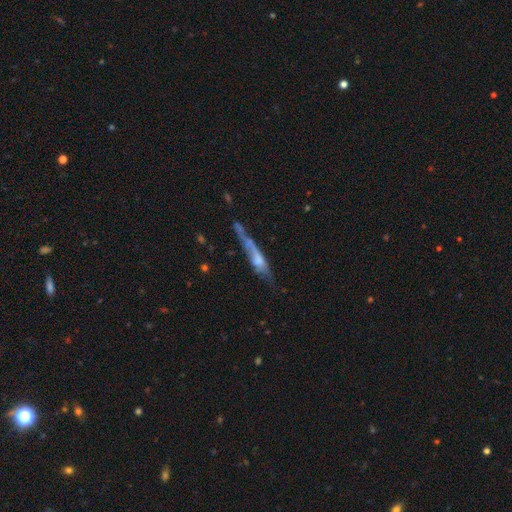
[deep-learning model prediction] smooth-or-featured: featured or disk: 57% | smooth: 32% | star or artifact: 10%
  disk-edge-on: yes: 77% | no: 23%
  merging: none: 43% | minor disturbance: 25% | major disturbance: 22% | merger: 10%